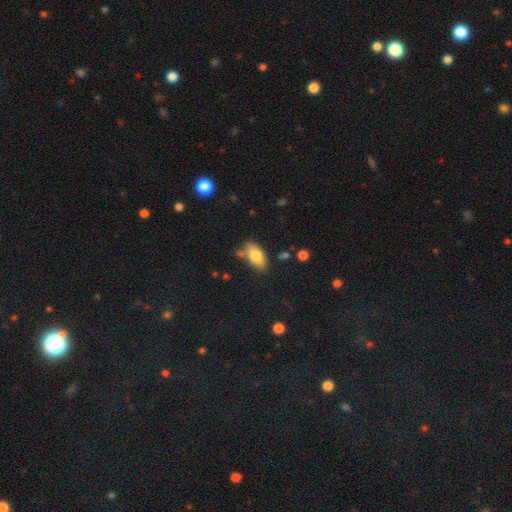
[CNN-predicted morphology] Smooth or featured? Predicted: smooth (p=0.78). How rounded? Predicted: in between (p=0.90). Merging? Predicted: none (p=0.70).